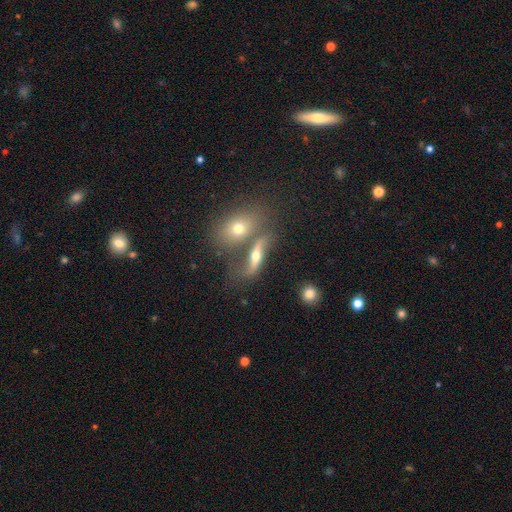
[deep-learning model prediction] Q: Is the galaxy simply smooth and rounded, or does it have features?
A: featured or disk — 53%.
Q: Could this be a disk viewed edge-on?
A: no — 53%.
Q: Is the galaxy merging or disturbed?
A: none — 48%.